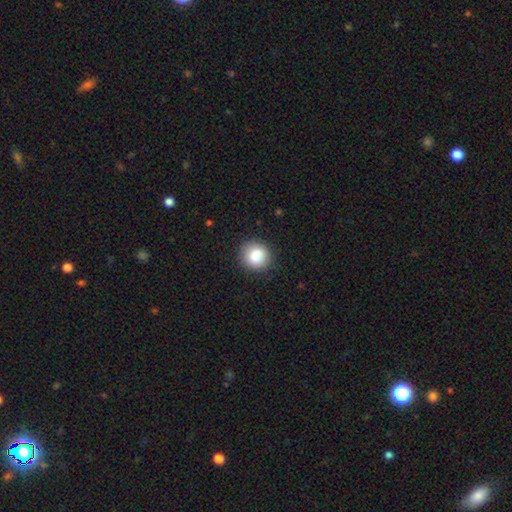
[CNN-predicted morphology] smooth_or_featured: smooth (p=0.86) [alt: star or artifact p=0.08]
how_rounded: round (p=0.89) [alt: in between p=0.10]
merging: none (p=0.88) [alt: minor disturbance p=0.08]